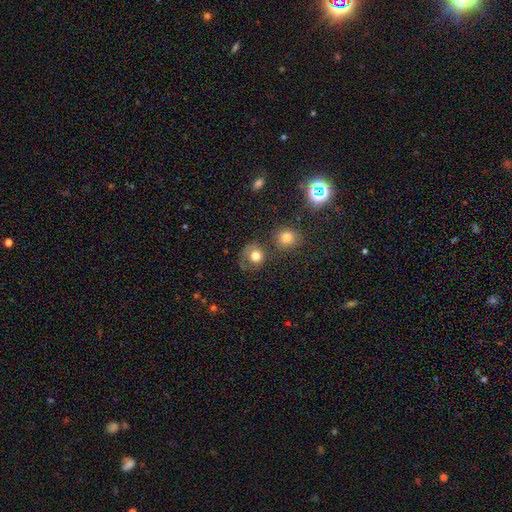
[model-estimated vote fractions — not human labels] smooth-or-featured: smooth: 78% | star or artifact: 11% | featured or disk: 11%
  how-rounded: round: 83% | in between: 16% | cigar-shaped: 1%
  merging: none: 58% | minor disturbance: 19% | merger: 12% | major disturbance: 11%